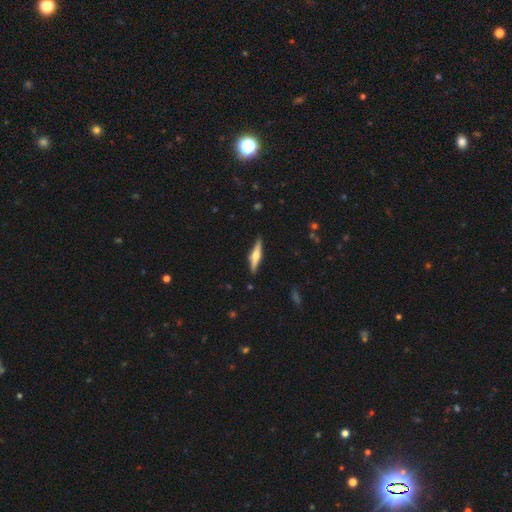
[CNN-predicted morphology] Overall: featured or disk (65%; smooth 30%). Edge-on disk: yes (97%). Edge-on bulge: rounded (92%). Merging: none (89%).